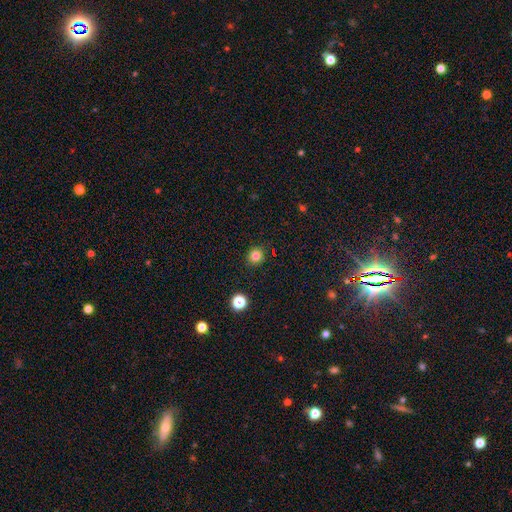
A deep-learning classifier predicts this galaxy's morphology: Smooth or featured? Predicted: smooth (p=0.81). How rounded? Predicted: round (p=0.90). Merging? Predicted: none (p=0.91).